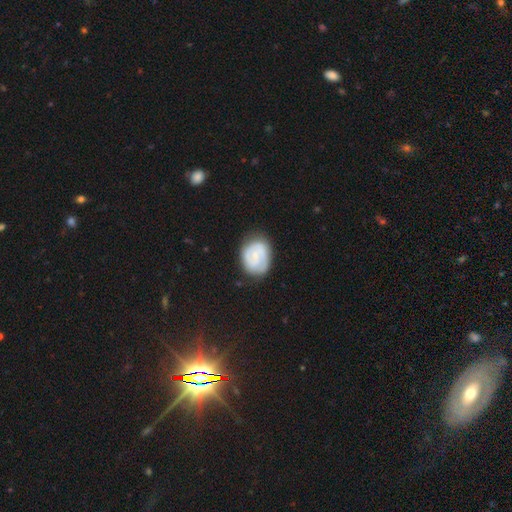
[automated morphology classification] Overall: featured or disk (63%; smooth 32%). Edge-on disk: no (98%). Bar: no (51%; weak 41%). Spiral arms: yes (85%). Spiral arm count: 2 (60%; can't tell 22%). Spiral winding: tight (55%; medium 34%). Bulge size: small (63%). Merging: none (74%).